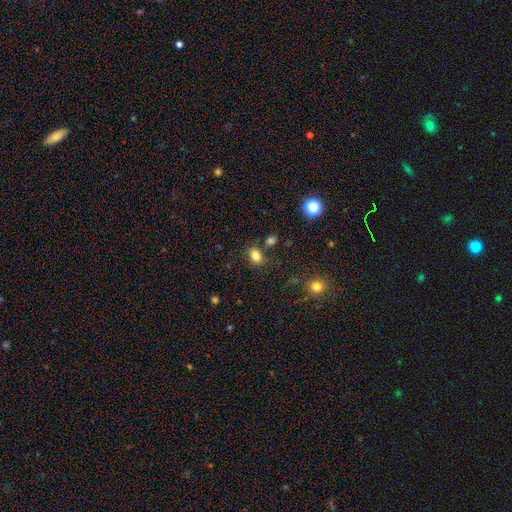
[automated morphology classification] Smooth or featured? Predicted: smooth (p=0.81). How rounded? Predicted: in between (p=0.74). Merging? Predicted: none (p=0.73).